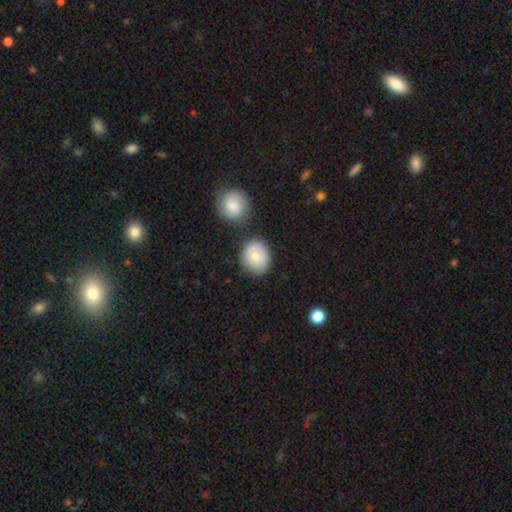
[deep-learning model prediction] A smooth galaxy with no disk features (77%) that is round (77%). Merging: none (69%).